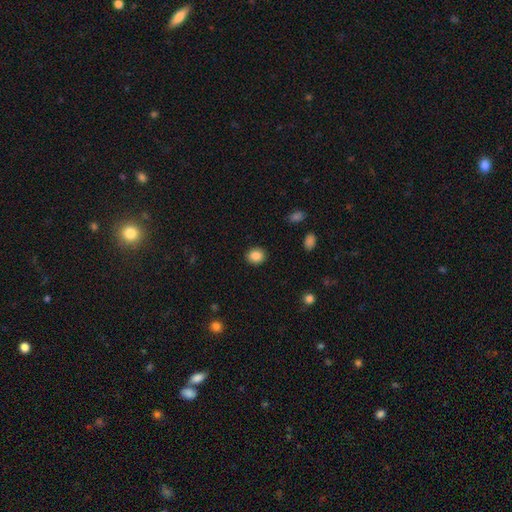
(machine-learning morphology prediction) smooth-or-featured: smooth: 87% | star or artifact: 9% | featured or disk: 4%
  how-rounded: round: 76% | in between: 23% | cigar-shaped: 1%
  merging: none: 91% | minor disturbance: 6% | major disturbance: 2% | merger: 1%